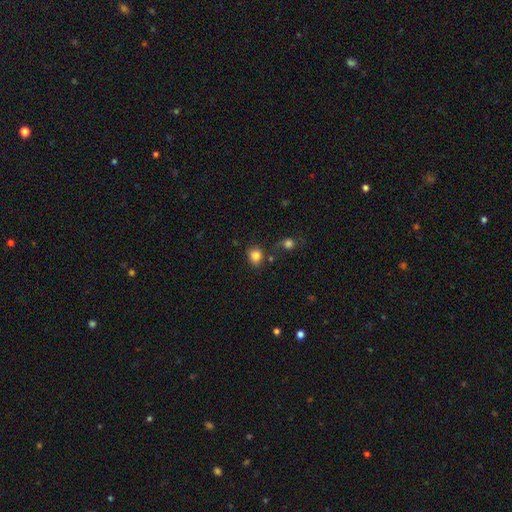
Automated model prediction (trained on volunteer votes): smooth-or-featured: smooth: 83% | star or artifact: 11% | featured or disk: 6%
  how-rounded: round: 73% | in between: 26% | cigar-shaped: 1%
  merging: none: 75% | minor disturbance: 14% | merger: 8% | major disturbance: 4%